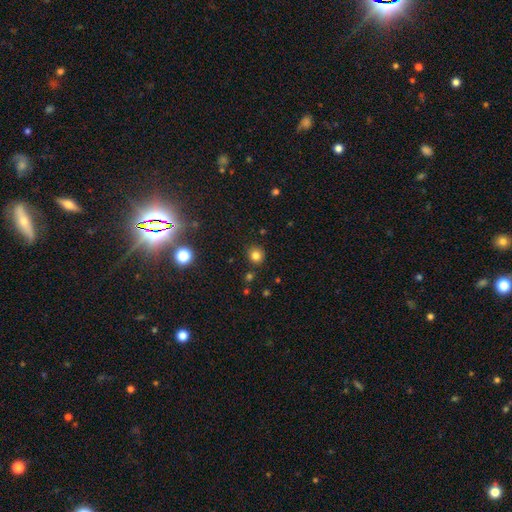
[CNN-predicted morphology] Q: Smooth or featured?
A: smooth (80%); runner-up: star or artifact (14%)
Q: How rounded?
A: round (90%); runner-up: in between (9%)
Q: Merging?
A: none (87%); runner-up: minor disturbance (8%)